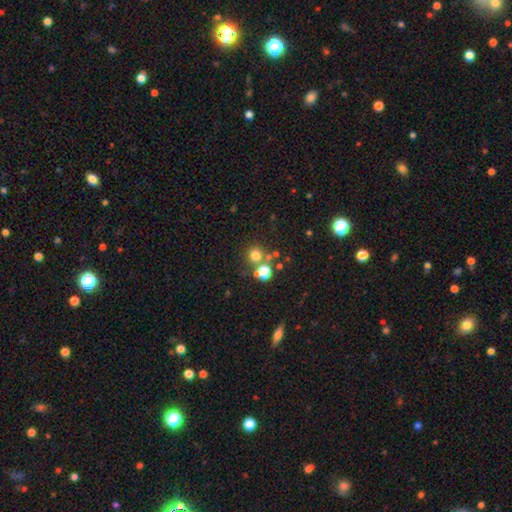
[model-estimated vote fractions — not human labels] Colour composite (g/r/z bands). It shows a smooth galaxy with no disk features (73%) that is round (92%). Merging: none (69%).